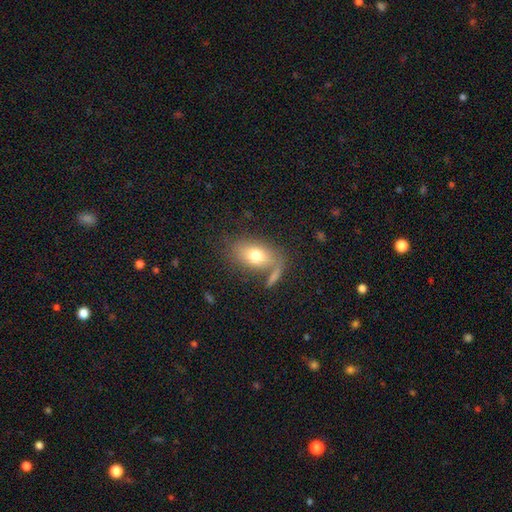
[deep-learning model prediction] The model was most divided on "merging": none: 61%, merger: 16%, minor disturbance: 15%, major disturbance: 8%. More confident: how rounded — in between (84%); smooth or featured — smooth (73%).